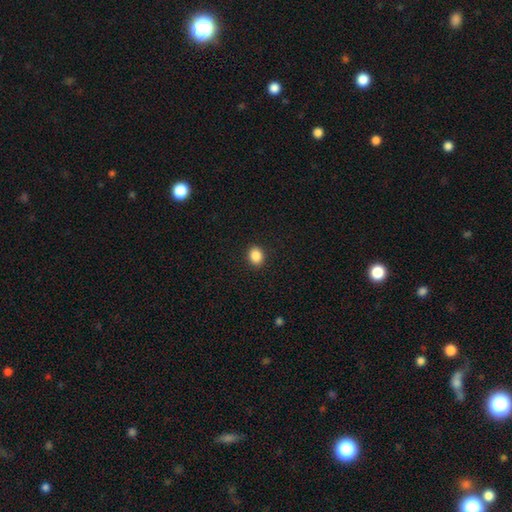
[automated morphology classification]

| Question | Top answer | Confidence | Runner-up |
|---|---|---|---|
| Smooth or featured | smooth | 88% | star or artifact (9%) |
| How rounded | round | 55% | in between (44%) |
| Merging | none | 91% | minor disturbance (6%) |